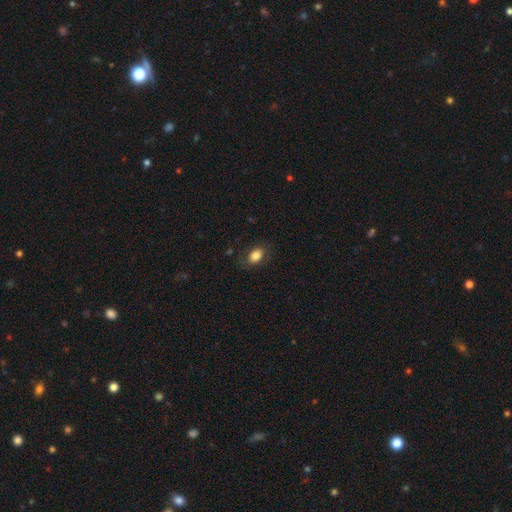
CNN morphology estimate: This is clearly a smooth galaxy (82%). How rounded: likely in between (79%). Merging: likely none (79%).